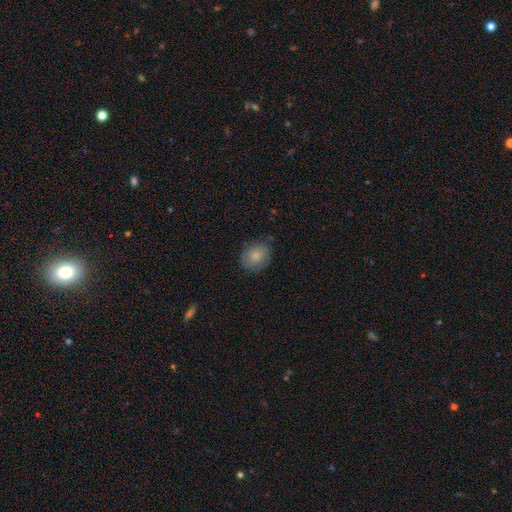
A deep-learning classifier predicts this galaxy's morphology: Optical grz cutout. It shows a smooth galaxy with no disk features (82%) that is in between round and cigar-shaped (50%). Merging: none (77%).